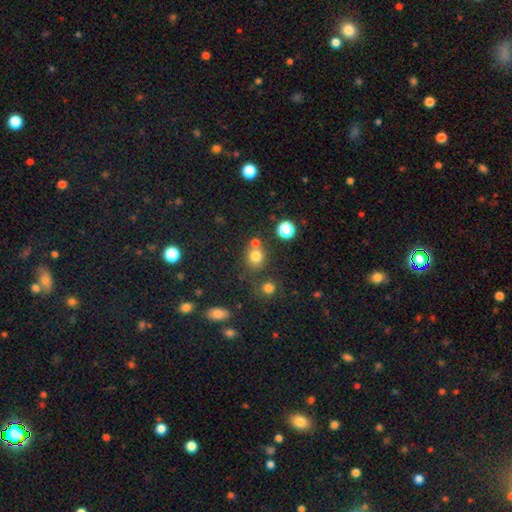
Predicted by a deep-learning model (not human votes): Smooth or featured?
  - smooth: 76% *
  - star or artifact: 16%
  - featured or disk: 8%
How rounded?
  - round: 77% *
  - in between: 22%
  - cigar-shaped: 1%
Merging?
  - none: 62% *
  - merger: 22%
  - minor disturbance: 11%
  - major disturbance: 4%